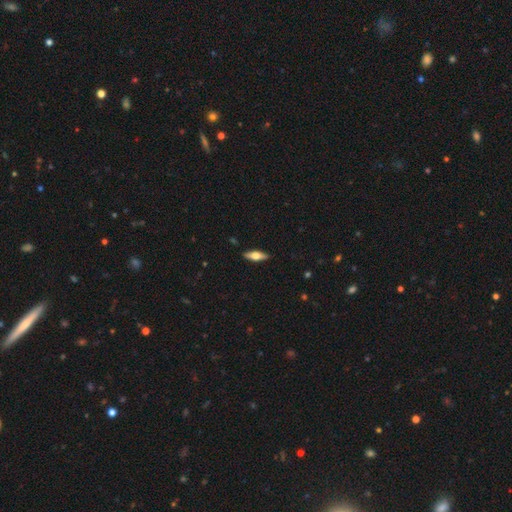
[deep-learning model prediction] smooth_or_featured: featured or disk (p=0.49) [alt: smooth p=0.45]
merging: none (p=0.90) [alt: minor disturbance p=0.08]